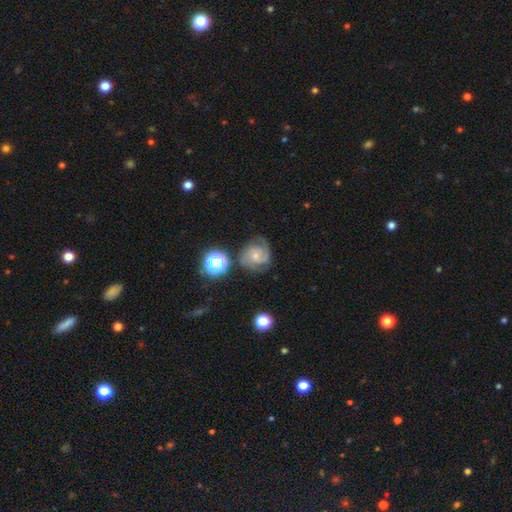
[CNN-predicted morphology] Overall: featured or disk (77%). Edge-on disk: no (98%). Bar: no (67%; weak 28%). Spiral arms: yes (96%). Spiral arm count: 2 (49%; 3 23%). Spiral winding: tight (47%; medium 43%). Bulge size: small (63%; moderate 30%). Merging: none (65%).